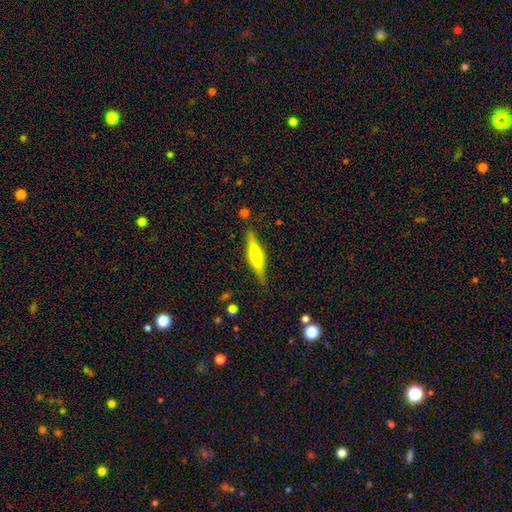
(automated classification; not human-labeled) smooth_or_featured: featured or disk (p=0.56) [alt: smooth p=0.38]
disk_edge_on: yes (p=0.96) [alt: no p=0.04]
edge_on_bulge: rounded (p=0.76) [alt: boxy p=0.14]
merging: none (p=0.86) [alt: minor disturbance p=0.10]